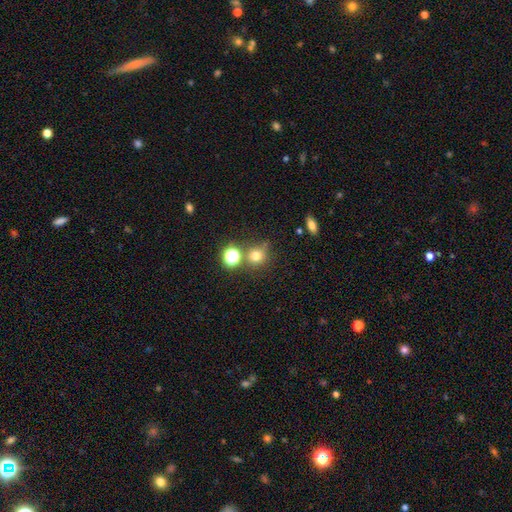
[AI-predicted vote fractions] A smooth galaxy with no disk features (72%) that is round (87%). Merging: none (67%).